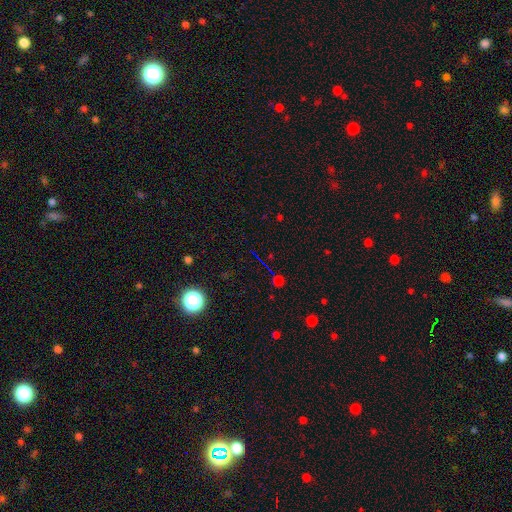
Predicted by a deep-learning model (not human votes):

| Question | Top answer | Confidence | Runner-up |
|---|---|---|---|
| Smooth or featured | star or artifact | 68% | smooth (20%) |